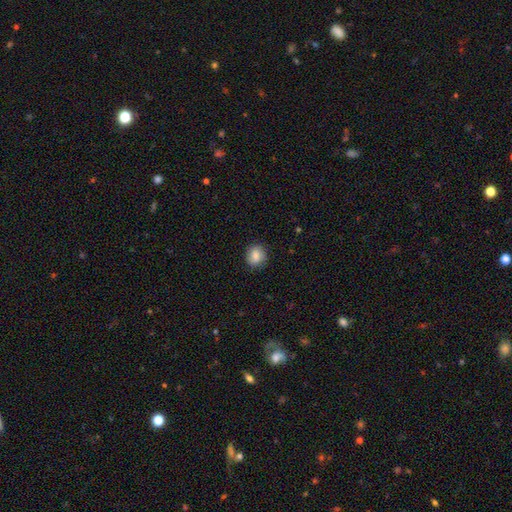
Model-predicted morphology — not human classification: smooth-or-featured: smooth: 83% | featured or disk: 9% | star or artifact: 8%
  how-rounded: round: 76% | in between: 23% | cigar-shaped: 1%
  merging: none: 84% | minor disturbance: 12% | major disturbance: 3% | merger: 1%